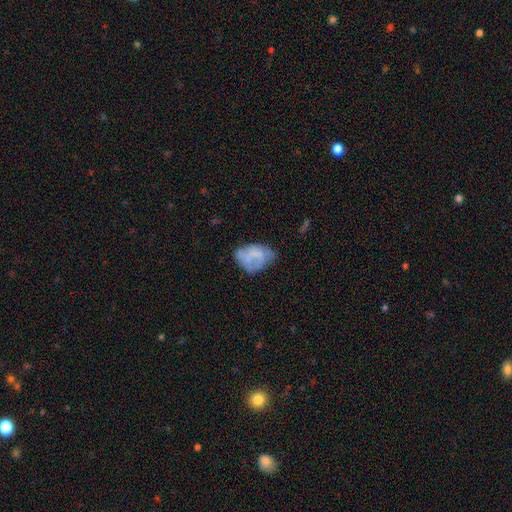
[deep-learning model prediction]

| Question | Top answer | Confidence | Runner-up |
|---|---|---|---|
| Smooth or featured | smooth | 55% | featured or disk (36%) |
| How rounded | in between | 76% | round (22%) |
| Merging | none | 45% | minor disturbance (32%) |